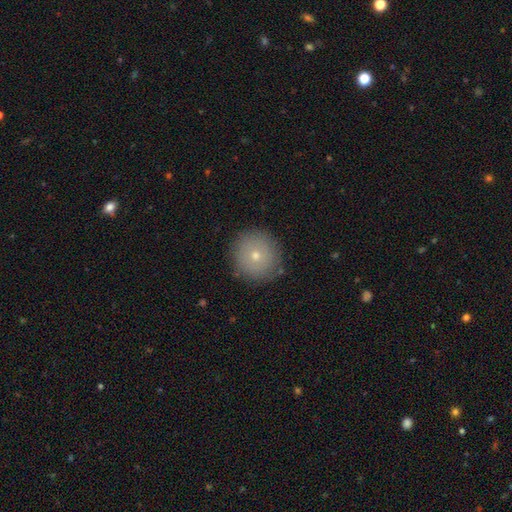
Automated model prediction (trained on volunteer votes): Smooth or featured? Predicted: smooth (p=0.71). How rounded? Predicted: round (p=0.93). Merging? Predicted: none (p=0.87).